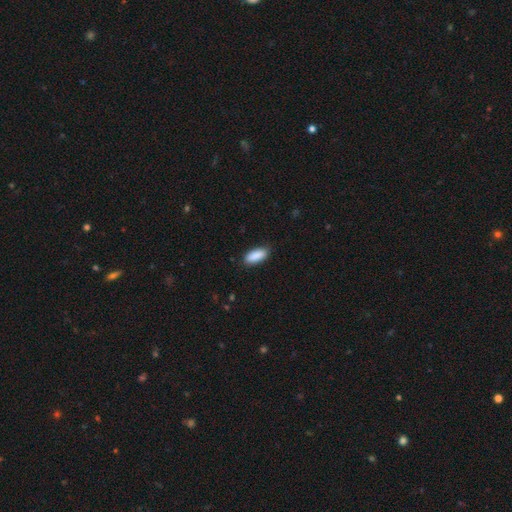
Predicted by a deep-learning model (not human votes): A smooth galaxy with no disk features (90%) that is in between round and cigar-shaped (84%).

Vote fractions:
- Smooth or featured? smooth: 90% / star or artifact: 6% / featured or disk: 4%
- How rounded? in between: 84% / cigar-shaped: 15% / round: 2%
- Merging? none: 86% / minor disturbance: 11% / major disturbance: 2% / merger: 1%